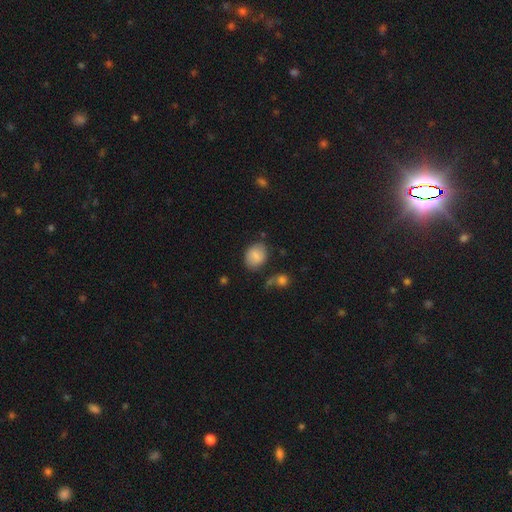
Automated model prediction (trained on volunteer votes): Overall: smooth (79%). How rounded: in between (52%; round 47%). Merging: none (73%).